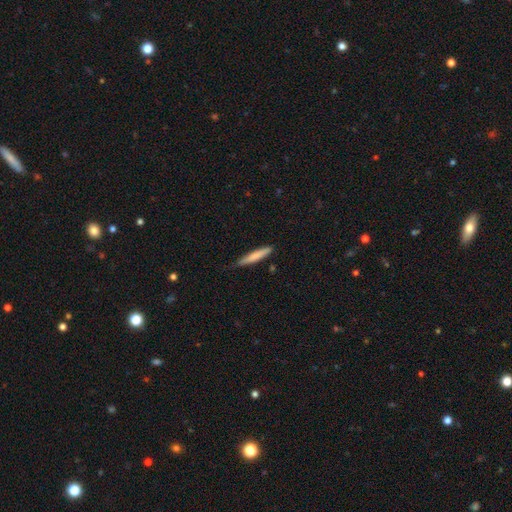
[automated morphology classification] type=smooth (76%); roundness=cigar-shaped (93%); merging=none (80%).